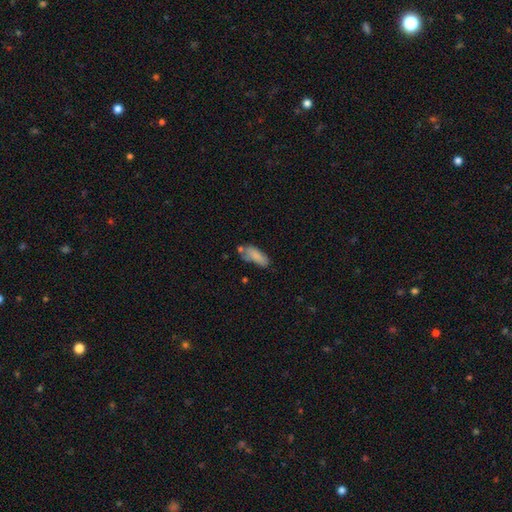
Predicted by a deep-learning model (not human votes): Morphology: type=smooth (82%); roundness=in between (72%); merging=none (54%).